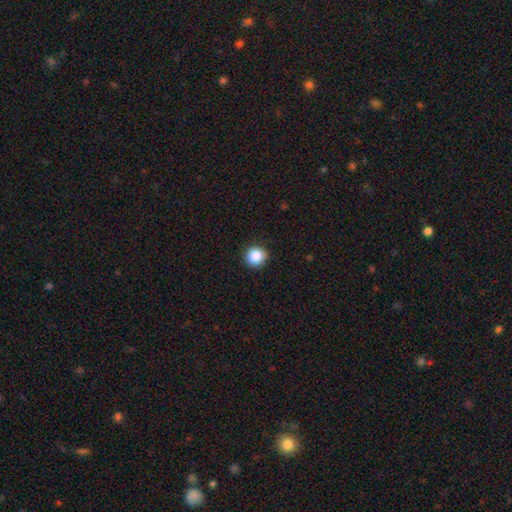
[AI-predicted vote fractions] The model was most divided on "smooth or featured": smooth: 87%, star or artifact: 10%, featured or disk: 4%. More confident: how rounded — round (93%); merging — none (90%).